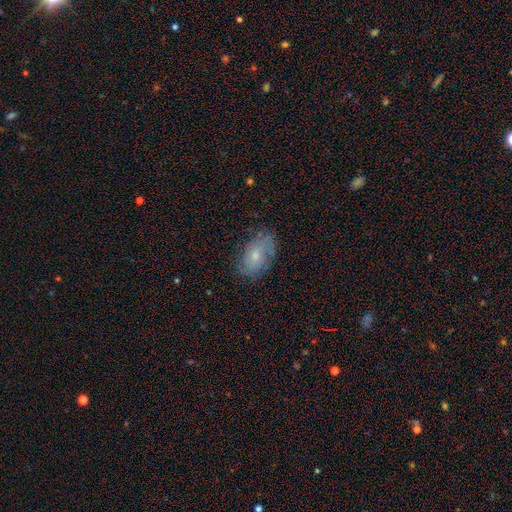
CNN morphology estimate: Q: Smooth or featured?
A: featured or disk (47%); runner-up: smooth (44%)
Q: Merging?
A: none (72%); runner-up: minor disturbance (21%)